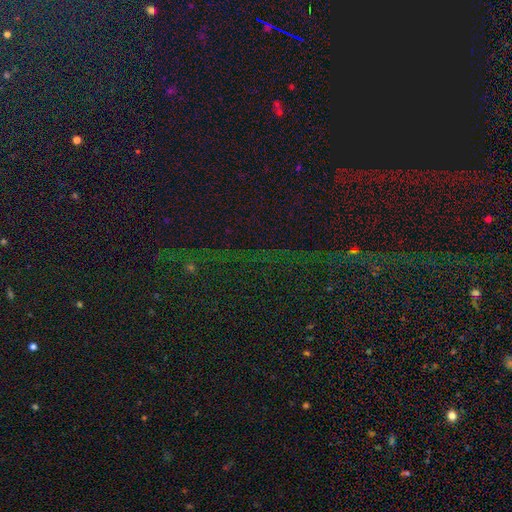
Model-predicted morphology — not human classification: Smooth or featured?
  - star or artifact: 84% *
  - smooth: 8%
  - featured or disk: 7%